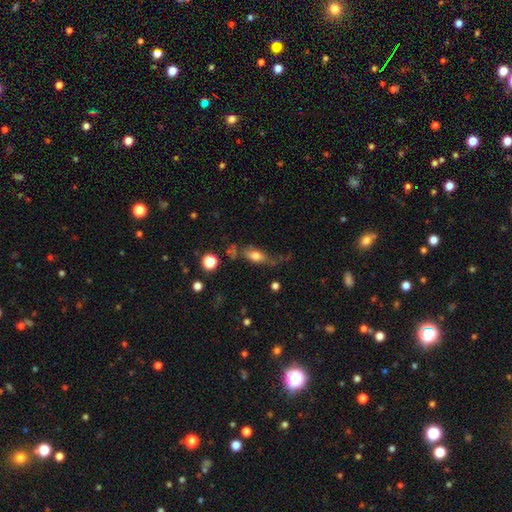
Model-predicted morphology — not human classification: A smooth galaxy with no disk features (64%) that is in between round and cigar-shaped (73%). Merging: none (43%).